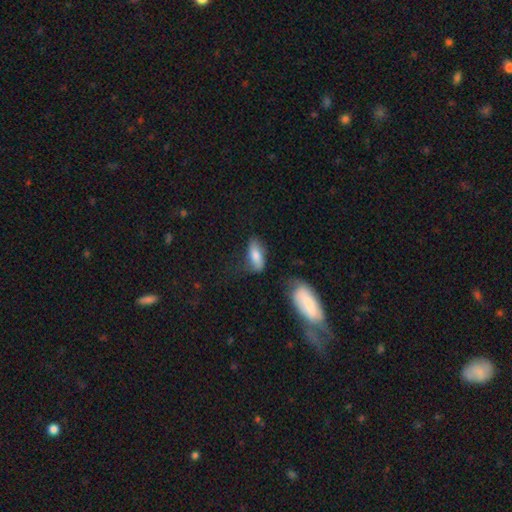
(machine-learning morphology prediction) smooth_or_featured: smooth (p=0.76) [alt: featured or disk p=0.17]
how_rounded: in between (p=0.80) [alt: cigar-shaped p=0.17]
merging: none (p=0.54) [alt: minor disturbance p=0.27]